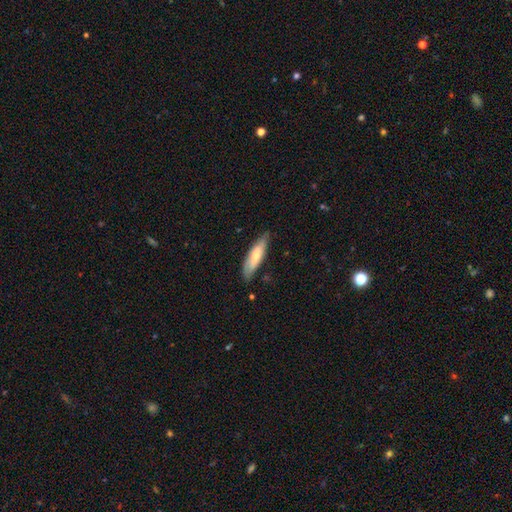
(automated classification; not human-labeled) Smooth or featured? smooth (63%)
How rounded? cigar-shaped (60%)
Merging? none (77%)